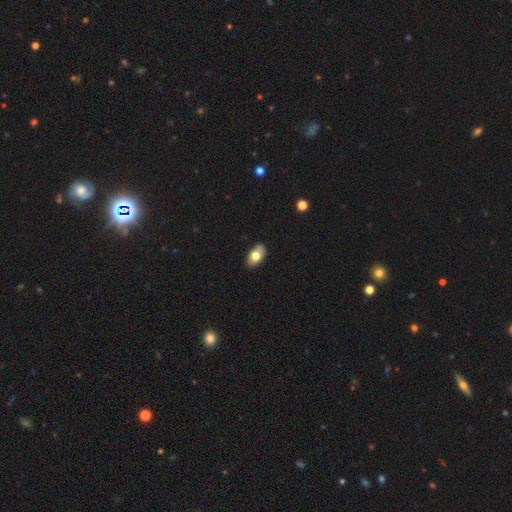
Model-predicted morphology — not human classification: A smooth galaxy with no disk features (73%) that is in between round and cigar-shaped (90%). Merging: none (79%).